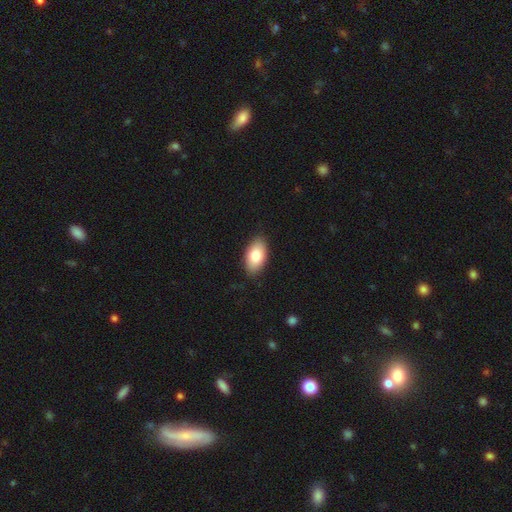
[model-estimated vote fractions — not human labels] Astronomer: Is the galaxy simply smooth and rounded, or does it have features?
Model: smooth — 81%.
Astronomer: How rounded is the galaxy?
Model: in between — 94%.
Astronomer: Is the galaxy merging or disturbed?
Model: none — 86%.